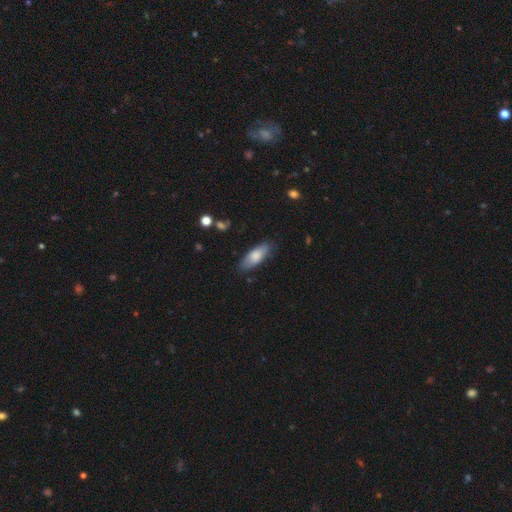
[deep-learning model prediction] The model was most divided on "how rounded": in between: 68%, cigar-shaped: 30%, round: 2%. More confident: merging — none (80%); smooth or featured — smooth (77%).